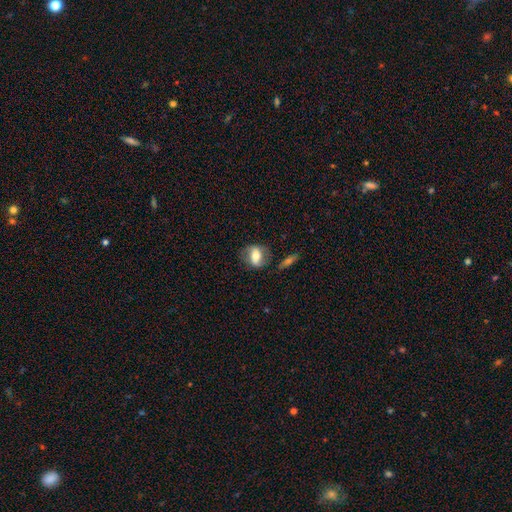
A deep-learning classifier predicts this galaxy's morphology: Smooth or featured? Predicted: smooth (p=0.50). Merging? Predicted: none (p=0.69).